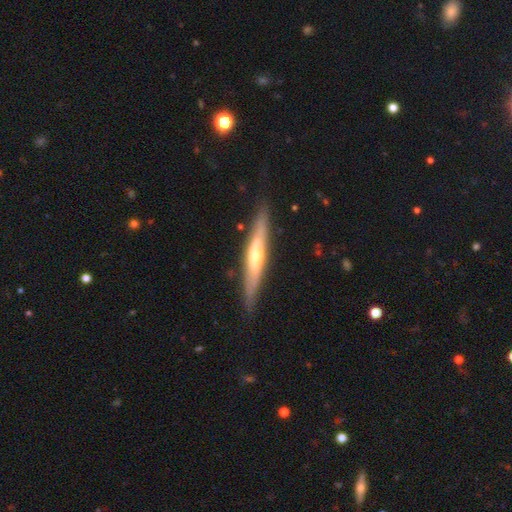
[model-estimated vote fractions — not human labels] Morphology: type=featured or disk (67%); edge-on=yes (88%); edge-on bulge=rounded (77%); merging=none (84%).